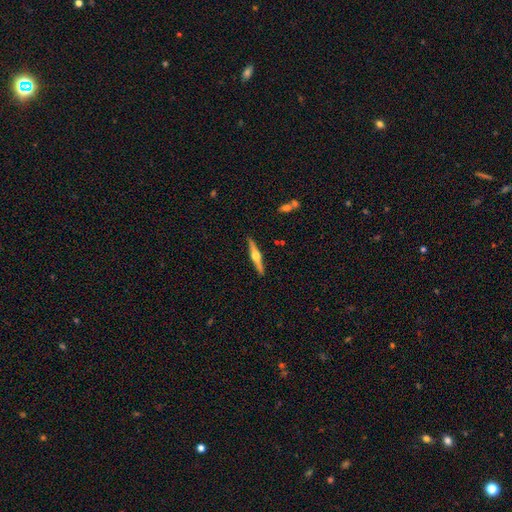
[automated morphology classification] Overall: featured or disk (77%). Edge-on disk: yes (98%). Edge-on bulge: rounded (95%). Merging: none (91%).